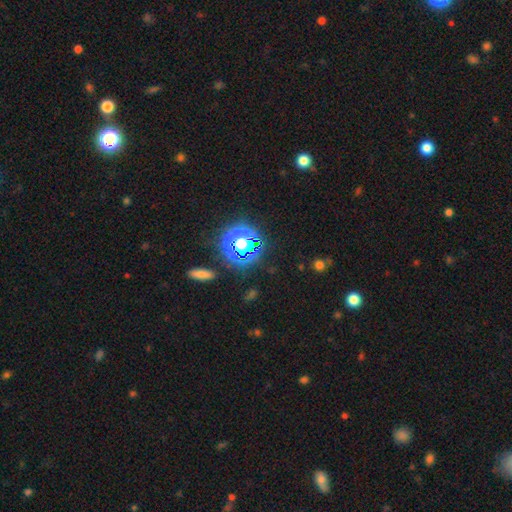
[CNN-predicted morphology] star or artifact 77%, smooth 15%, featured or disk 8%.